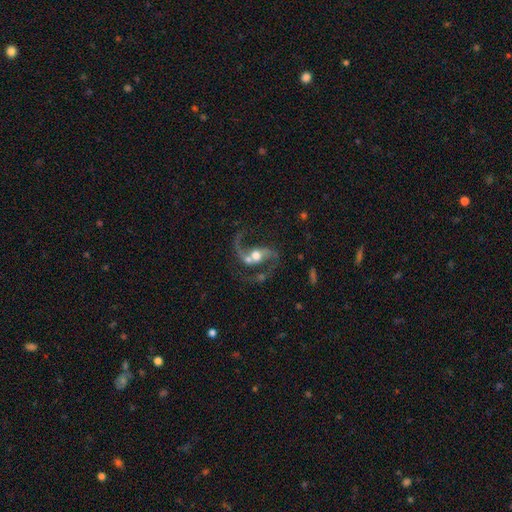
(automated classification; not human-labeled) A featured or disk galaxy (87%) with no bar (47%), 2 (91%) loose (56%) spiral arms (96%) and a moderate central bulge (63%).

Vote fractions:
- Smooth or featured? featured or disk: 87% / star or artifact: 6% / smooth: 6%
- Edge-on disk? no: 97% / yes: 3%
- Bar? no: 47% / weak: 33% / strong: 20%
- Spiral arms? yes: 96% / no: 4%
- Spiral winding? loose: 56% / medium: 38% / tight: 6%
- Spiral arm count? 2: 91% / 1: 3% / can't tell: 2% / 3: 2% / 4: 1% / more than 4: 1%
- Bulge size? moderate: 63% / large: 20% / small: 12% / dominant: 2% / none: 2%
- Merging? none: 56% / merger: 18% / minor disturbance: 13% / major disturbance: 13%